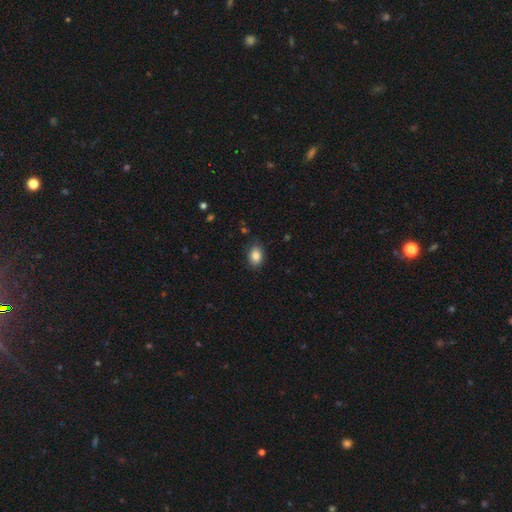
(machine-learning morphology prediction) Smooth or featured: smooth — 86% (star or artifact — 9%)
How rounded: in between — 76% (round — 22%)
Merging: none — 80% (minor disturbance — 16%)